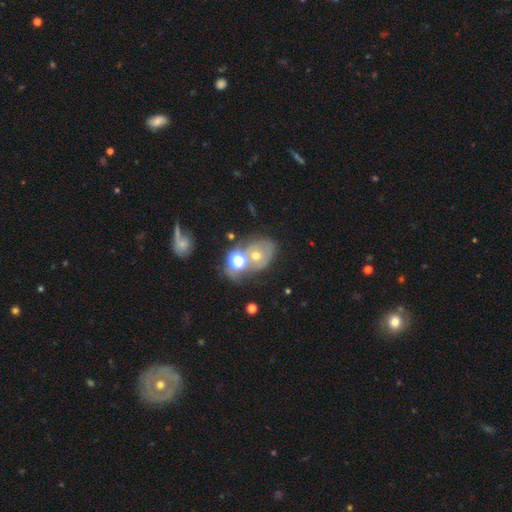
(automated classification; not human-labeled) Smooth or featured?
  - featured or disk: 42% *
  - smooth: 36%
  - star or artifact: 22%
Merging?
  - none: 44% *
  - merger: 30%
  - minor disturbance: 16%
  - major disturbance: 11%